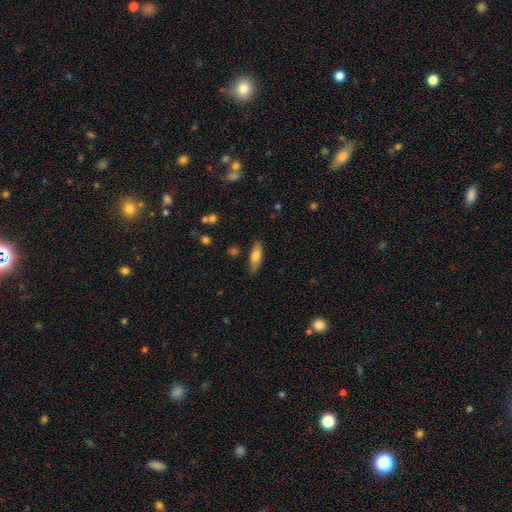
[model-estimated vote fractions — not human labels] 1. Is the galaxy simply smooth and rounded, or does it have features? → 72% smooth, 21% featured or disk, 7% star or artifact.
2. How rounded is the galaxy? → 61% in between, 37% cigar-shaped, 2% round.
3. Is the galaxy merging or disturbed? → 83% none, 13% minor disturbance, 3% major disturbance, 2% merger.